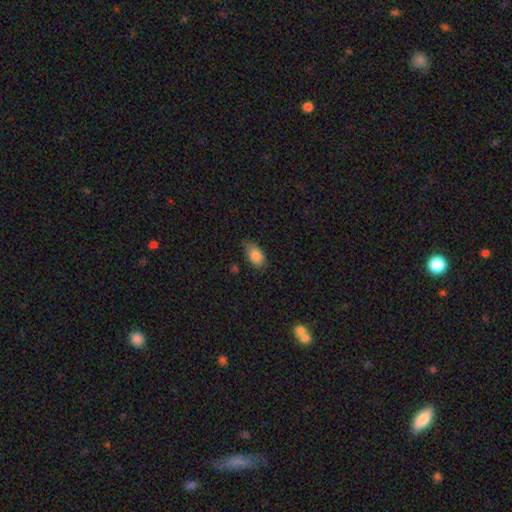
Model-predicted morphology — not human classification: Smooth or featured?
  - smooth: 84% *
  - featured or disk: 8%
  - star or artifact: 8%
How rounded?
  - in between: 87% *
  - round: 11%
  - cigar-shaped: 2%
Merging?
  - none: 57% *
  - minor disturbance: 34%
  - major disturbance: 7%
  - merger: 2%